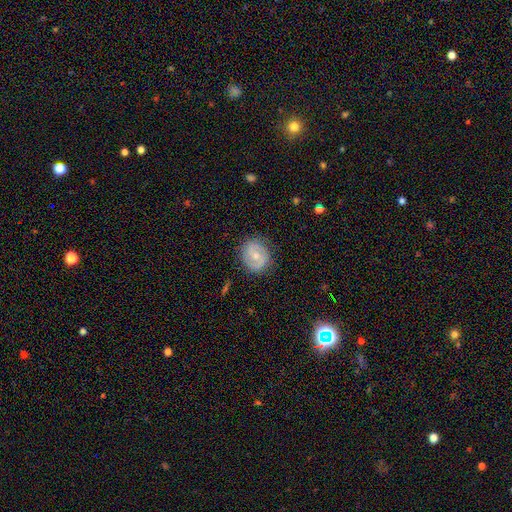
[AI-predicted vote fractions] Smooth or featured: featured or disk — 65% (smooth — 29%)
Edge-on disk: no — 97% (yes — 3%)
Bar: no — 46% (weak — 43%)
Spiral arms: yes — 83% (no — 17%)
Spiral winding: medium — 45% (tight — 38%)
Spiral arm count: 2 — 83% (can't tell — 10%)
Bulge size: moderate — 50% (small — 46%)
Merging: none — 82% (minor disturbance — 13%)